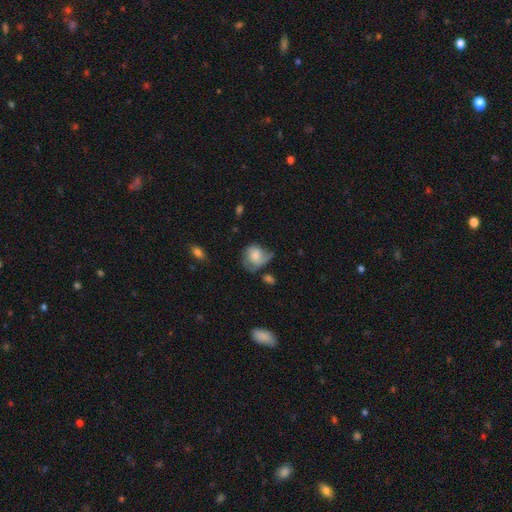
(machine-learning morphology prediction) The model was most divided on "merging": none: 35%, minor disturbance: 32%, major disturbance: 28%, merger: 5%. More confident: how rounded — round (59%); smooth or featured — smooth (58%).